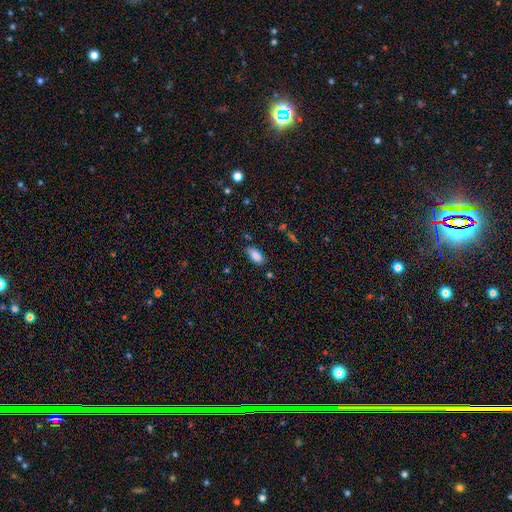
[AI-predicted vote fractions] Q: Smooth or featured?
A: smooth (85%); runner-up: star or artifact (8%)
Q: How rounded?
A: in between (91%); runner-up: cigar-shaped (7%)
Q: Merging?
A: none (77%); runner-up: minor disturbance (18%)